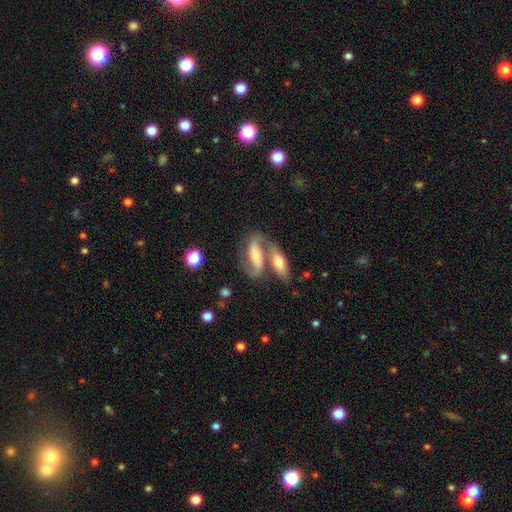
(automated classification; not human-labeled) Smooth or featured: featured or disk — 75% (smooth — 19%)
Edge-on disk: no — 85% (yes — 15%)
Bar: strong — 38% (no — 32%)
Spiral arms: yes — 91% (no — 9%)
Spiral winding: medium — 46% (loose — 34%)
Spiral arm count: 2 — 89% (can't tell — 5%)
Bulge size: moderate — 48% (small — 38%)
Merging: merger — 43% (none — 41%)